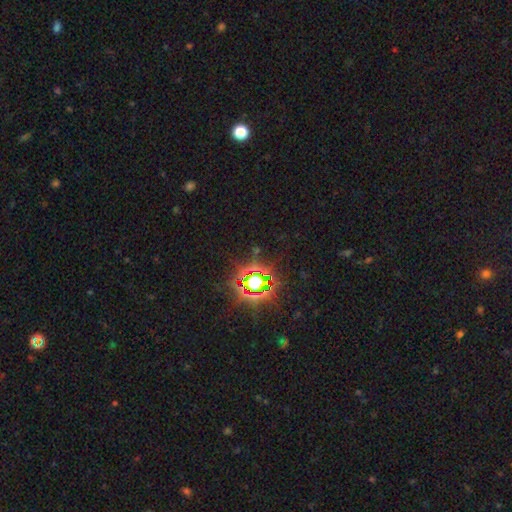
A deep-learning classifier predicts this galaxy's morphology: A star or artifact, not a galaxy (81%).

Vote fractions:
- Smooth or featured? star or artifact: 81% / smooth: 12% / featured or disk: 7%